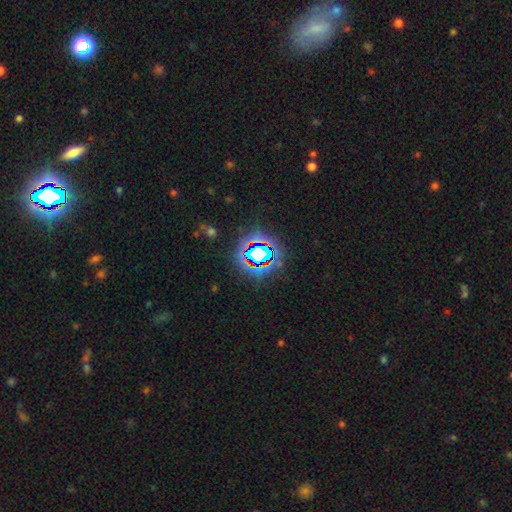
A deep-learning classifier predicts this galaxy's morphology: Q: Smooth or featured?
A: star or artifact (79%); runner-up: smooth (12%)